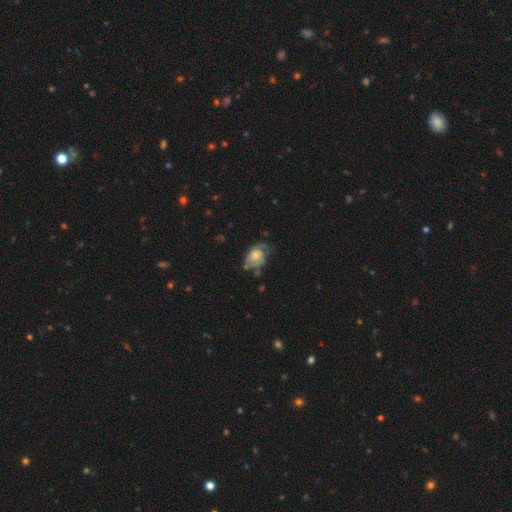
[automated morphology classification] Smooth or featured?
  - featured or disk: 60% *
  - smooth: 32%
  - star or artifact: 8%
Edge-on disk?
  - no: 96% *
  - yes: 4%
Bar?
  - no: 77% *
  - weak: 20%
  - strong: 3%
Spiral arms?
  - yes: 78% *
  - no: 22%
Bulge size?
  - moderate: 50% *
  - small: 28%
  - large: 13%
  - none: 7%
  - dominant: 2%
Merging?
  - none: 43% *
  - minor disturbance: 30%
  - major disturbance: 23%
  - merger: 4%